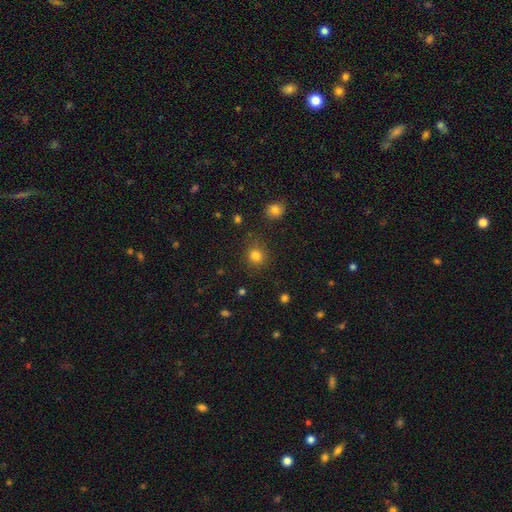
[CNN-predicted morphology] Q: Smooth or featured?
A: smooth (82%); runner-up: star or artifact (14%)
Q: How rounded?
A: round (89%); runner-up: in between (10%)
Q: Merging?
A: none (84%); runner-up: minor disturbance (10%)